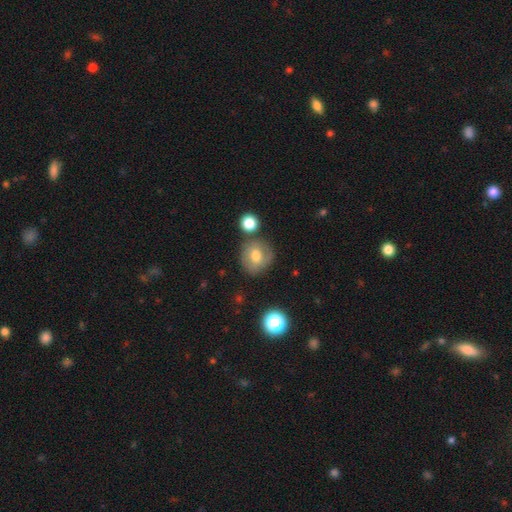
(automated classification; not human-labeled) Morphology: type=smooth (65%); roundness=round (84%); merging=none (71%).